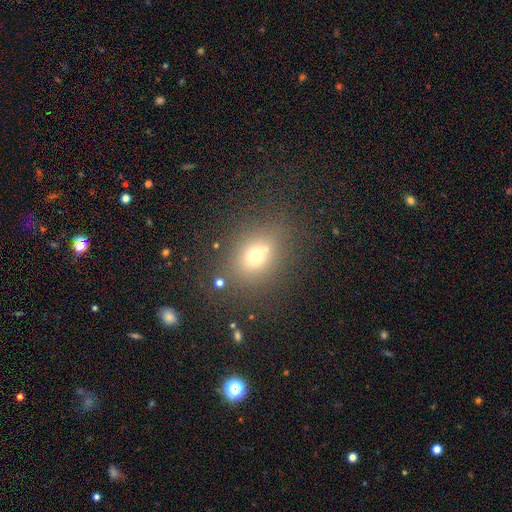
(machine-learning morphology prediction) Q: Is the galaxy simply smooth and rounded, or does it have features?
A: smooth — 65%.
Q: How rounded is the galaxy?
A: in between — 51%.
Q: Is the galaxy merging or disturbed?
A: none — 67%.